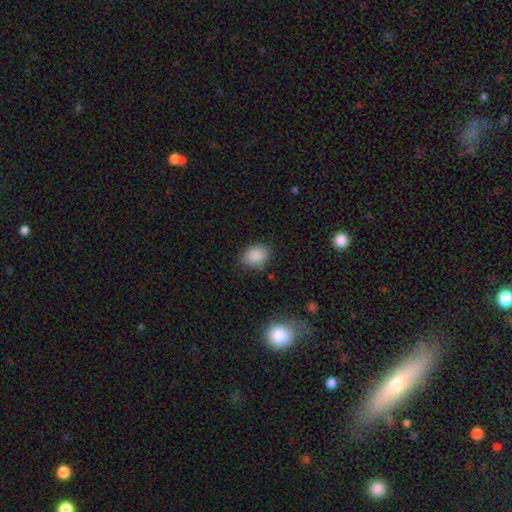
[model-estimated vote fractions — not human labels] Overall: smooth (87%). How rounded: in between (74%). Merging: none (80%).